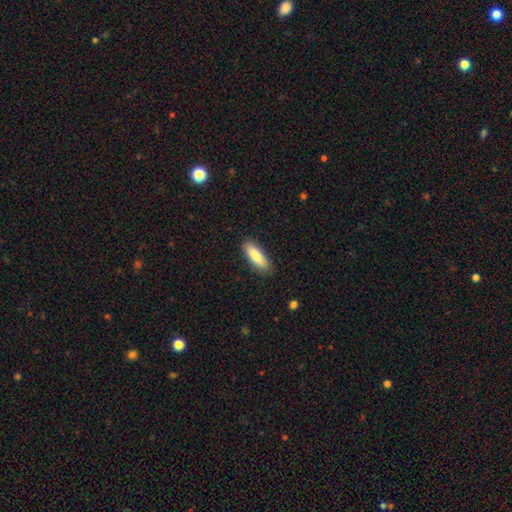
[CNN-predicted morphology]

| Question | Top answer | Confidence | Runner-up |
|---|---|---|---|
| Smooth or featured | smooth | 84% | featured or disk (10%) |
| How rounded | in between | 54% | cigar-shaped (44%) |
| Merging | none | 86% | minor disturbance (10%) |